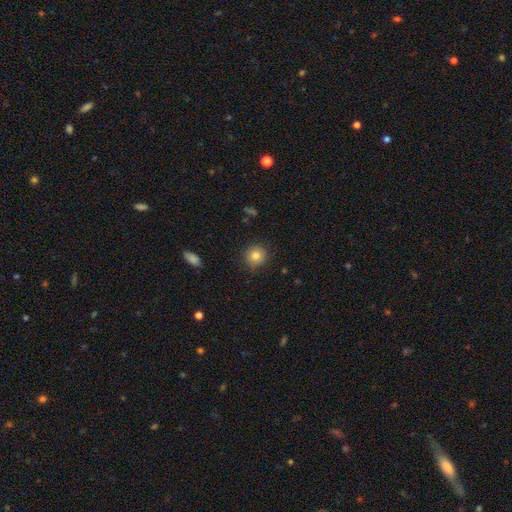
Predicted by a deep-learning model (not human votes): Smooth or featured?
  - smooth: 82% *
  - star or artifact: 10%
  - featured or disk: 8%
How rounded?
  - round: 91% *
  - in between: 8%
  - cigar-shaped: 1%
Merging?
  - none: 86% *
  - minor disturbance: 10%
  - major disturbance: 2%
  - merger: 1%